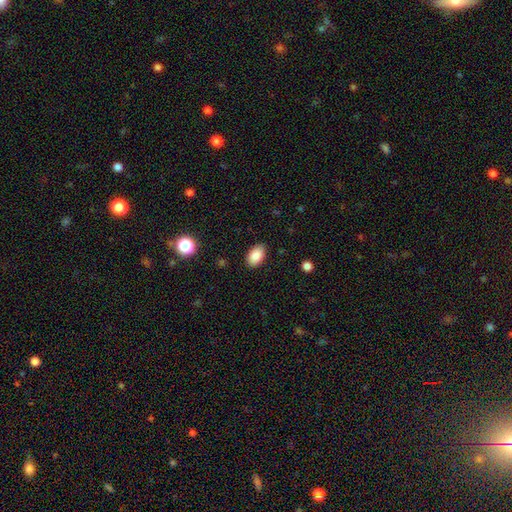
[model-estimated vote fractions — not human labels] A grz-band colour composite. It shows a smooth galaxy with no disk features (88%) that is in between round and cigar-shaped (91%). Merging: none (87%).